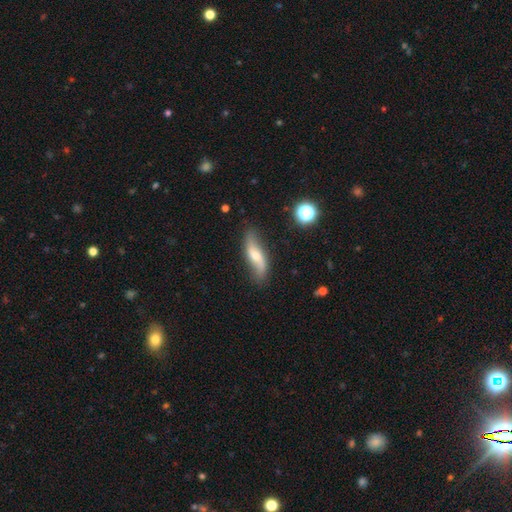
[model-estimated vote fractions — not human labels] Smooth or featured: featured or disk — 60% (smooth — 32%)
Edge-on disk: no — 73% (yes — 27%)
Merging: none — 76% (minor disturbance — 18%)